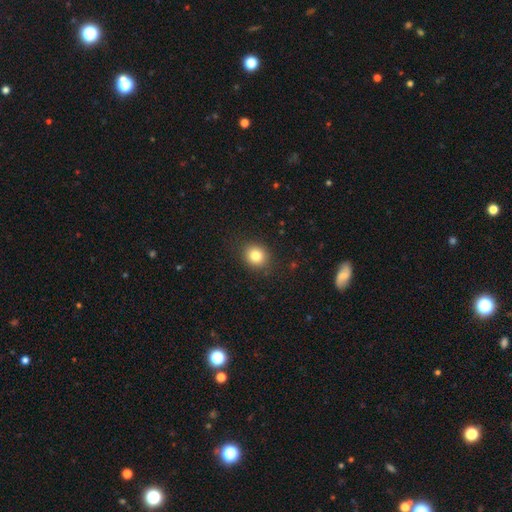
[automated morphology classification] Smooth or featured? smooth (82%)
How rounded? round (75%)
Merging? none (88%)